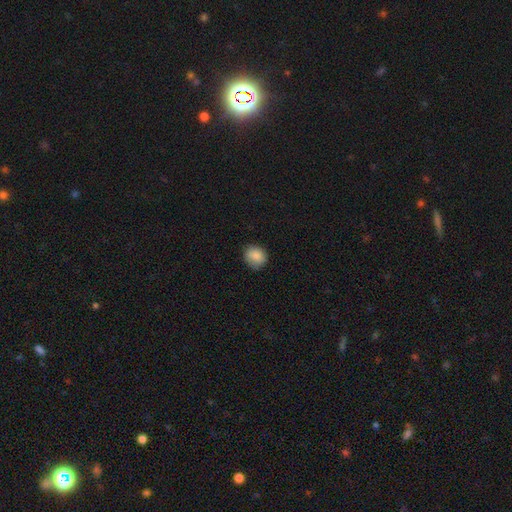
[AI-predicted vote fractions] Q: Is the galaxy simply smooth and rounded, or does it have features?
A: smooth — 87%.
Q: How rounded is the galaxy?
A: round — 72%.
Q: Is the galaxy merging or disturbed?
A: none — 80%.